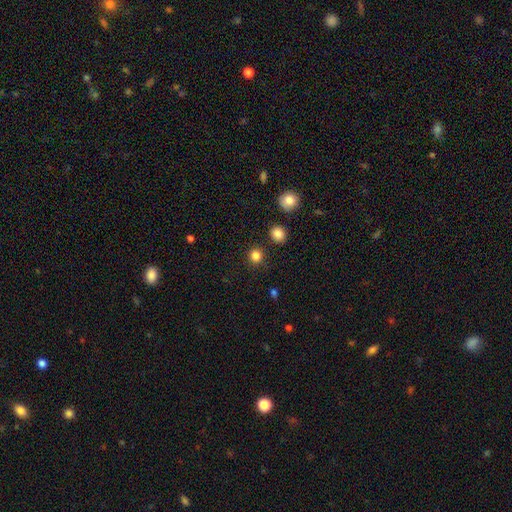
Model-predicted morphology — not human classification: type=smooth (84%); roundness=round (89%); merging=none (89%).